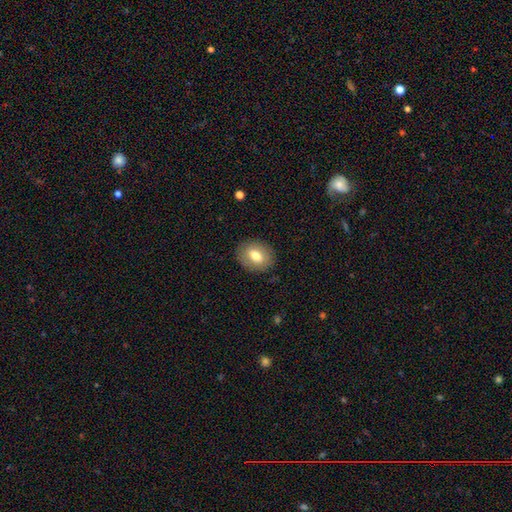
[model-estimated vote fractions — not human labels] Overall: smooth (74%). How rounded: in between (64%; round 35%). Merging: none (86%).